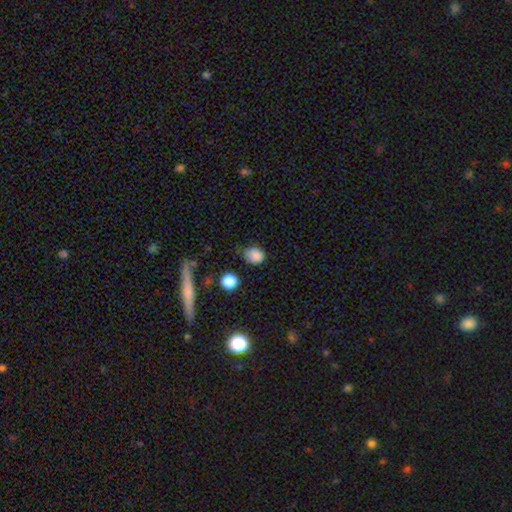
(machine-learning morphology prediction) smooth_or_featured: smooth (p=0.84) [alt: star or artifact p=0.11]
how_rounded: round (p=0.67) [alt: in between p=0.32]
merging: none (p=0.63) [alt: minor disturbance p=0.27]